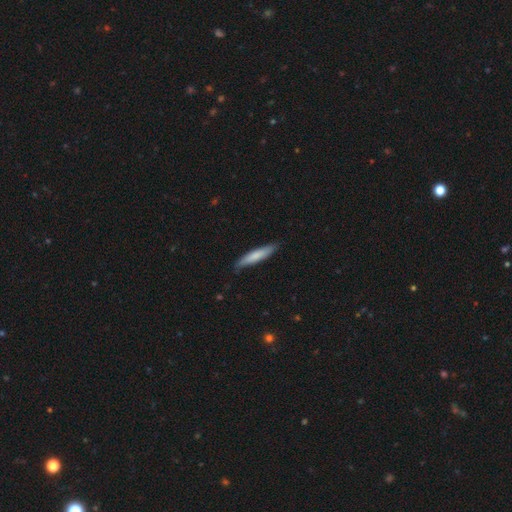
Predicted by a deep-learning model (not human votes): Morphology: type=smooth (75%); roundness=cigar-shaped (88%); merging=none (80%).